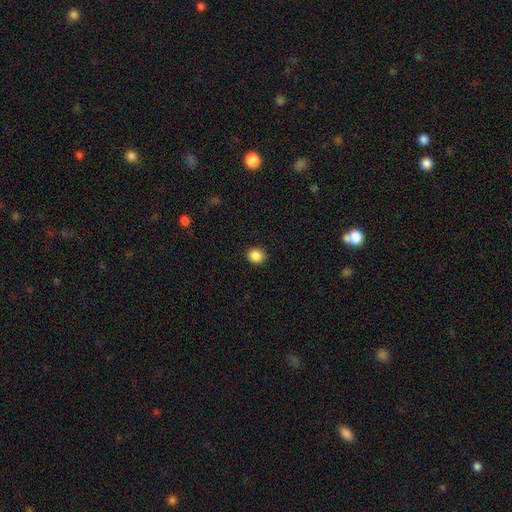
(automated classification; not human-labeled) Smooth or featured: smooth — 87% (star or artifact — 10%)
How rounded: round — 83% (in between — 16%)
Merging: none — 91% (minor disturbance — 6%)